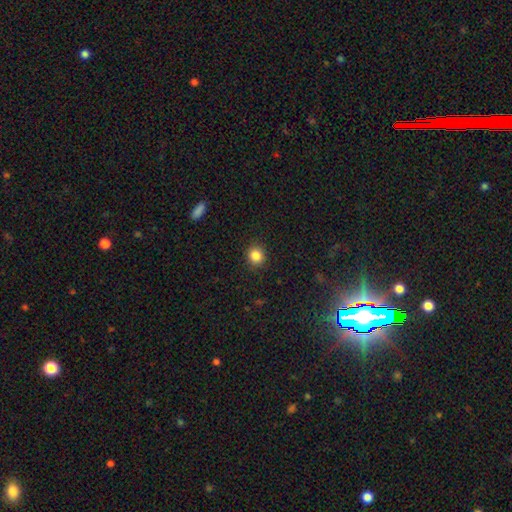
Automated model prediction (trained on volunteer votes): Morphology: type=smooth (85%); roundness=round (85%); merging=none (90%).